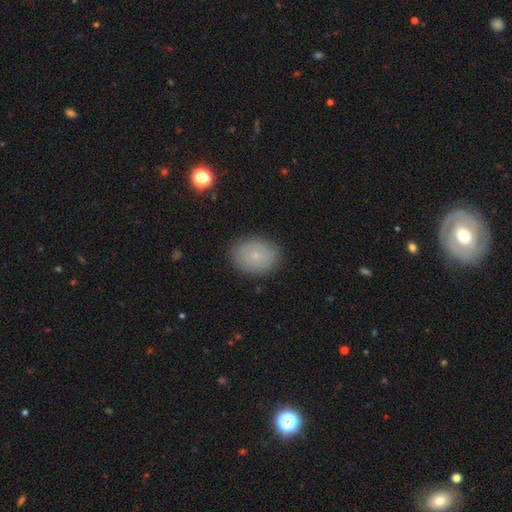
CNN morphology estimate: The model was most divided on "how rounded": in between: 61%, round: 38%, cigar-shaped: 1%. More confident: merging — none (86%); smooth or featured — smooth (68%).